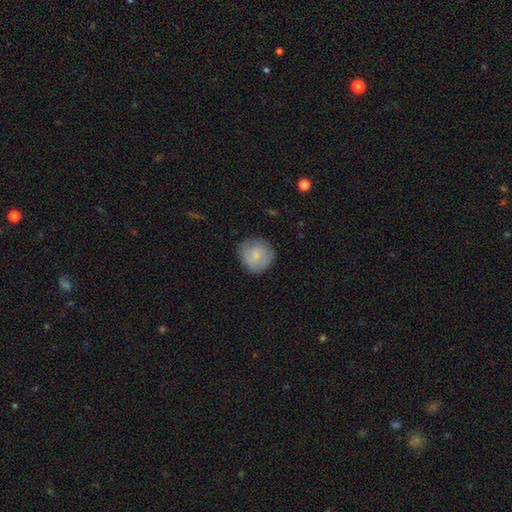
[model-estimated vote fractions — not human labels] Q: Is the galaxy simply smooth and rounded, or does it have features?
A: smooth — 69%.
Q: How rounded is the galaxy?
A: round — 92%.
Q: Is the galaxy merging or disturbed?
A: none — 83%.